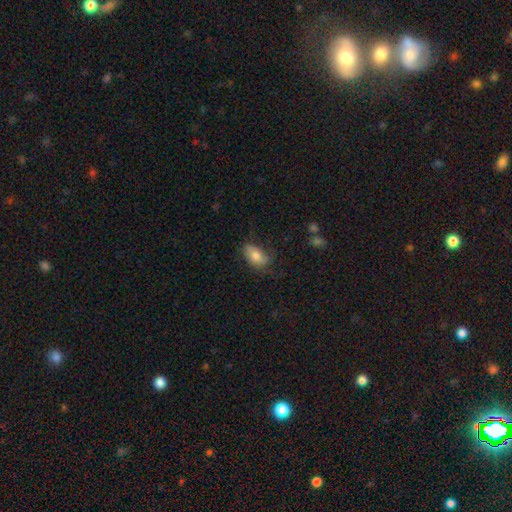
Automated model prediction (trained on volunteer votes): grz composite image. It shows a smooth galaxy with no disk features (72%) that is in between round and cigar-shaped (89%). Merging: none (57%).